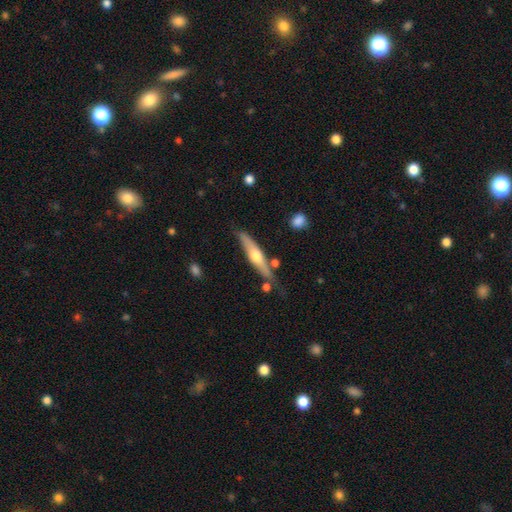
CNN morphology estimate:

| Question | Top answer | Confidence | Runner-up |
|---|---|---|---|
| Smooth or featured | featured or disk | 56% | smooth (39%) |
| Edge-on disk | yes | 91% | no (9%) |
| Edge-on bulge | rounded | 91% | none (5%) |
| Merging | none | 73% | minor disturbance (17%) |